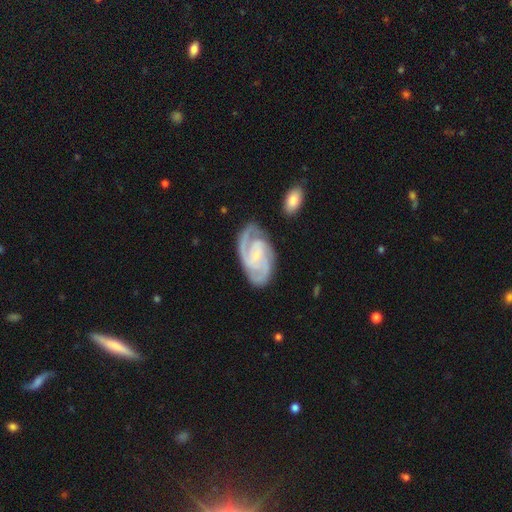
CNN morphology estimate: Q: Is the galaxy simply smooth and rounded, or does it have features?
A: featured or disk — 89%.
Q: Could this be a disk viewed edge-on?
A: no — 97%.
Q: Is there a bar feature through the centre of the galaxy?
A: no — 49%.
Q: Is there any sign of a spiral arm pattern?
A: yes — 98%.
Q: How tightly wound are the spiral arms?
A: tight — 51%.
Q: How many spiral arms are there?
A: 2 — 60%.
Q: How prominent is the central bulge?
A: small — 75%.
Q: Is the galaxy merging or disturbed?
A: none — 75%.